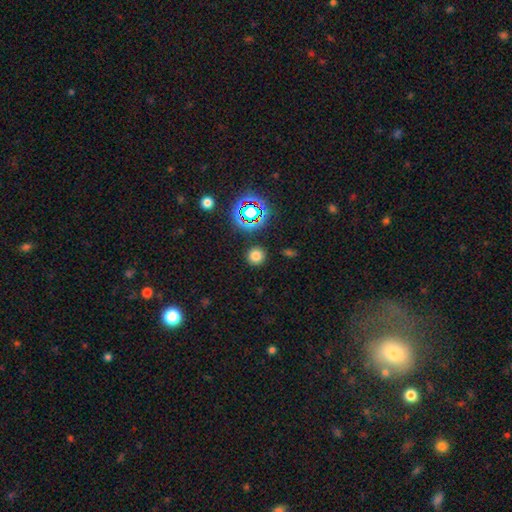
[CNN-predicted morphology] smooth_or_featured: smooth (p=0.74) [alt: star or artifact p=0.20]
how_rounded: round (p=0.93) [alt: in between p=0.06]
merging: none (p=0.89) [alt: minor disturbance p=0.06]